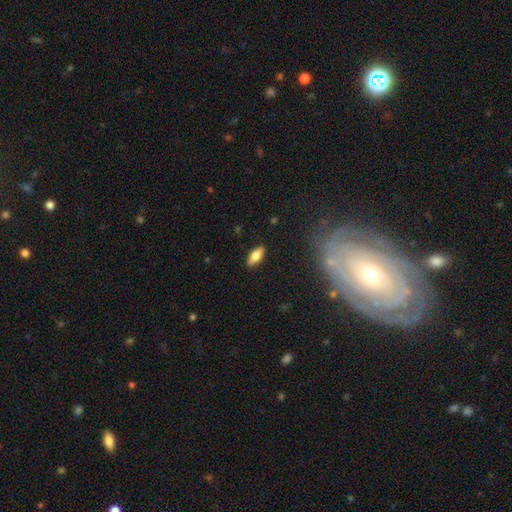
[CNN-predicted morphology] Smooth or featured? Predicted: smooth (p=0.70). How rounded? Predicted: in between (p=0.77). Merging? Predicted: none (p=0.88).